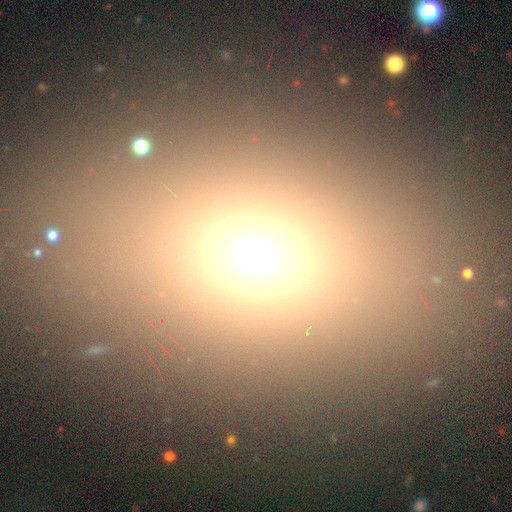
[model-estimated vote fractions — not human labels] This is likely a smooth galaxy (64%). How rounded: likely in between (62%). Merging: likely none (79%).